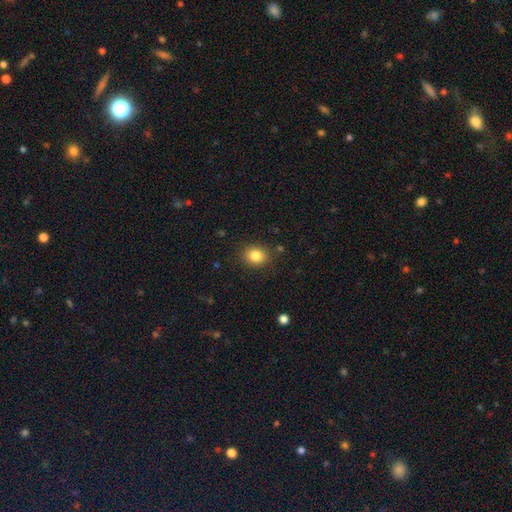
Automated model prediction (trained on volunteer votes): This is clearly a smooth galaxy (84%). How rounded: likely round (62%). Merging: clearly none (87%).